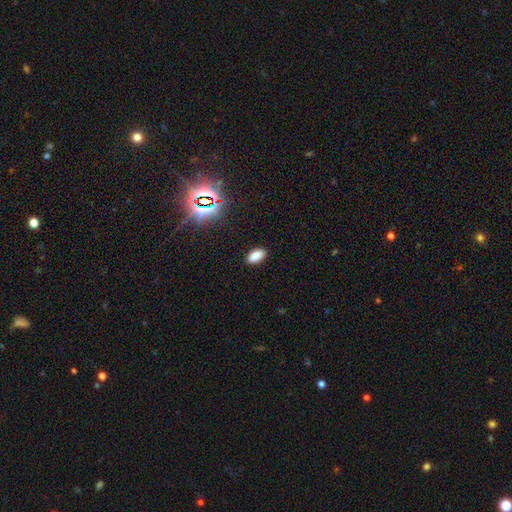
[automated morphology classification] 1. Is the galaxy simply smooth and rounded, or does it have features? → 83% smooth, 12% star or artifact, 4% featured or disk.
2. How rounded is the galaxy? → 92% in between, 5% cigar-shaped, 4% round.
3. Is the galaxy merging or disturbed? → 89% none, 8% minor disturbance, 2% major disturbance, 1% merger.